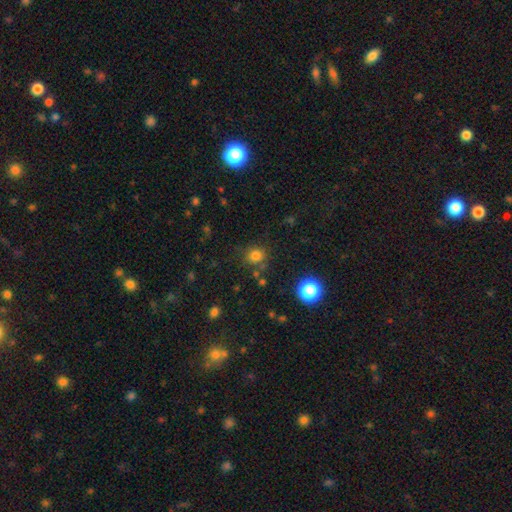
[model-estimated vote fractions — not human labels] Morphology: type=smooth (78%); roundness=round (87%); merging=none (79%).